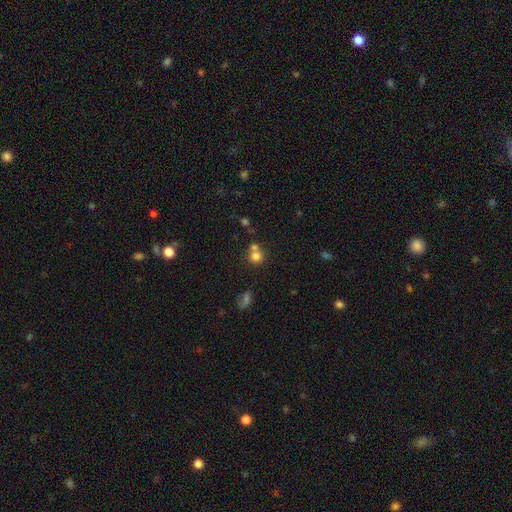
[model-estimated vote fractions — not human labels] Smooth or featured? smooth (76%)
How rounded? round (85%)
Merging? none (46%)